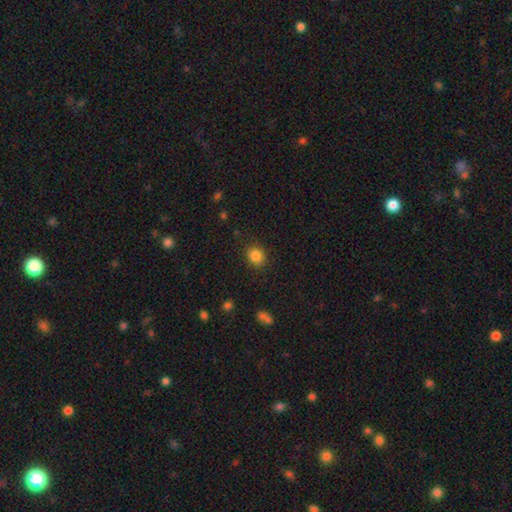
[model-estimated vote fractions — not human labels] Smooth or featured? Predicted: smooth (p=0.85). How rounded? Predicted: round (p=0.72). Merging? Predicted: none (p=0.88).